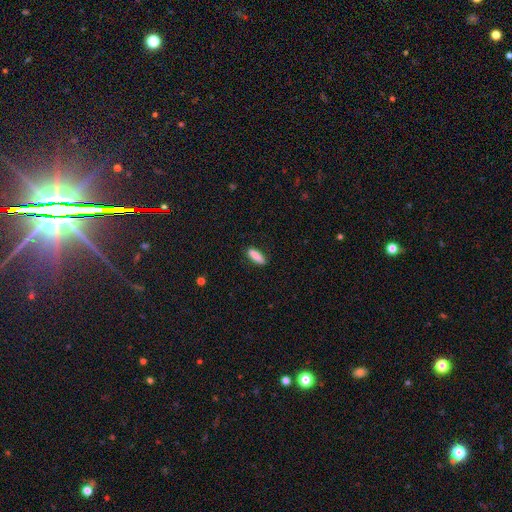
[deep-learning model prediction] Morphology: type=smooth (88%); roundness=in between (57%); merging=none (86%).